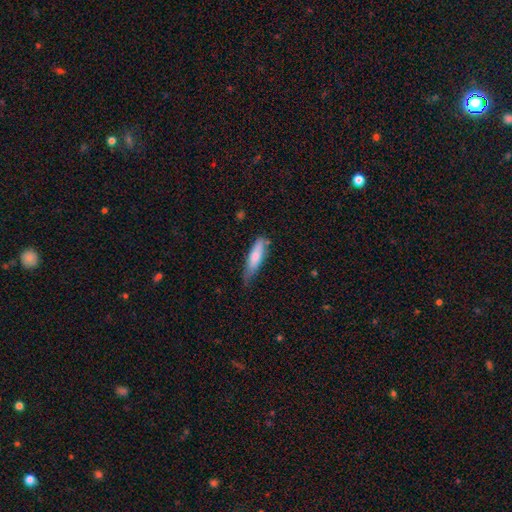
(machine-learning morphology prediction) smooth 75%, featured or disk 19%, star or artifact 6%. Down the decision tree: how rounded — cigar-shaped (65%); merging — none (54%).